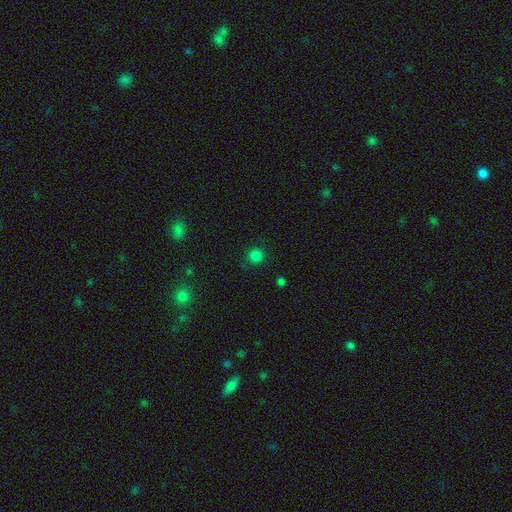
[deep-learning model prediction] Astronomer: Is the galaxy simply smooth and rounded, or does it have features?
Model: smooth — 81%.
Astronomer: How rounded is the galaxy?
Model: round — 93%.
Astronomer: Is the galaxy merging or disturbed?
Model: none — 87%.